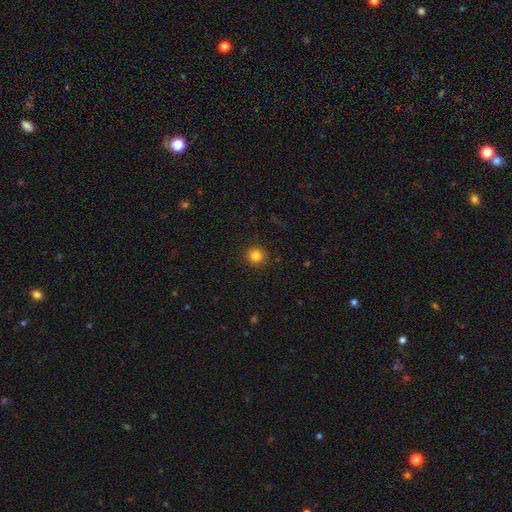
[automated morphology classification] A smooth galaxy with no disk features (83%) that is round (94%). Merging: none (91%).